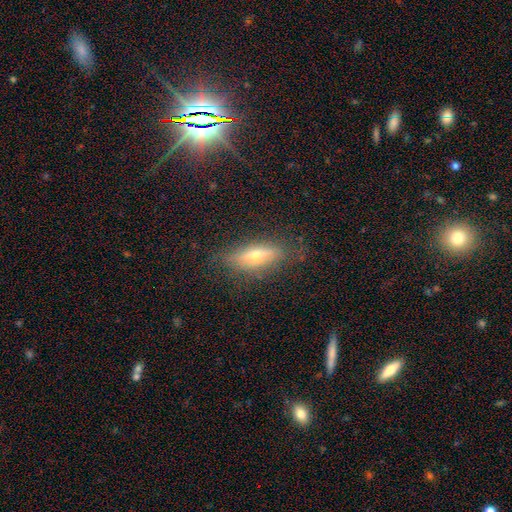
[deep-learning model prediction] Smooth or featured? Predicted: featured or disk (p=0.48). Merging? Predicted: none (p=0.79).